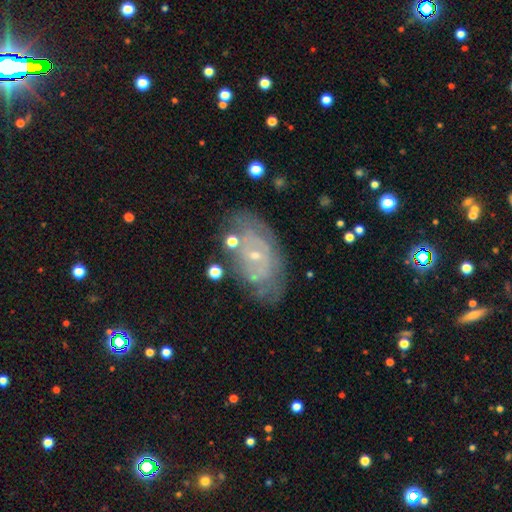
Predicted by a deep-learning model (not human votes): A featured or disk galaxy (76%) with no bar (63%), tight (61%) spiral arms (75%) and a small central bulge (78%). Merging: none (63%).